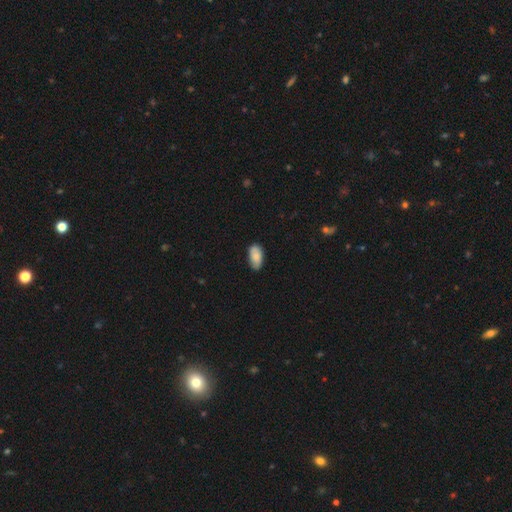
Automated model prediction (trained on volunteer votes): This appears to be a smooth galaxy with no disk features (82%) that is in between round and cigar-shaped (94%). Merging: none (80%).